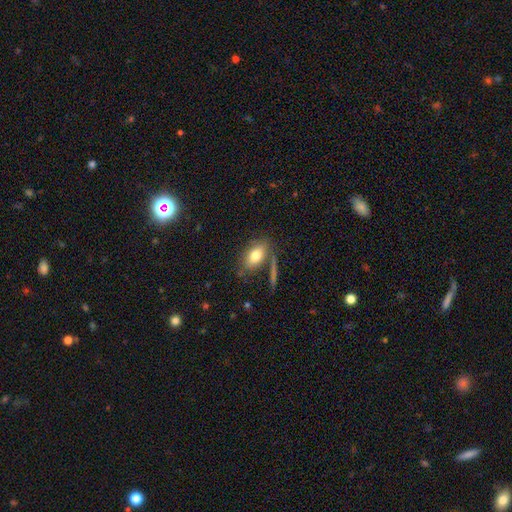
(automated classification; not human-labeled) Smooth or featured? Predicted: smooth (p=0.76). How rounded? Predicted: in between (p=0.85). Merging? Predicted: none (p=0.67).